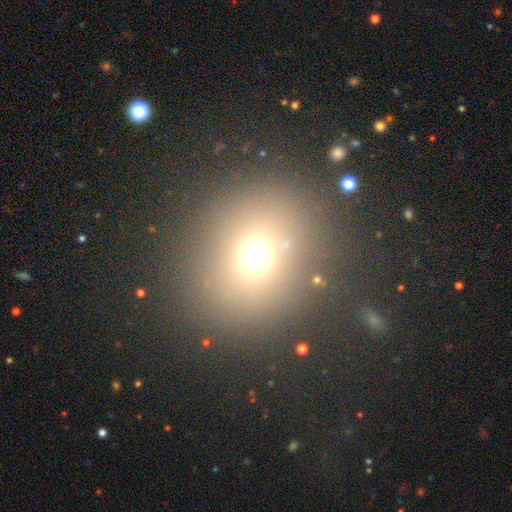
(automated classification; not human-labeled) A smooth galaxy with no disk features (66%) that is round (80%).

Vote fractions:
- Smooth or featured? smooth: 66% / star or artifact: 25% / featured or disk: 9%
- How rounded? round: 80% / in between: 19% / cigar-shaped: 1%
- Merging? none: 82% / minor disturbance: 8% / major disturbance: 5% / merger: 4%